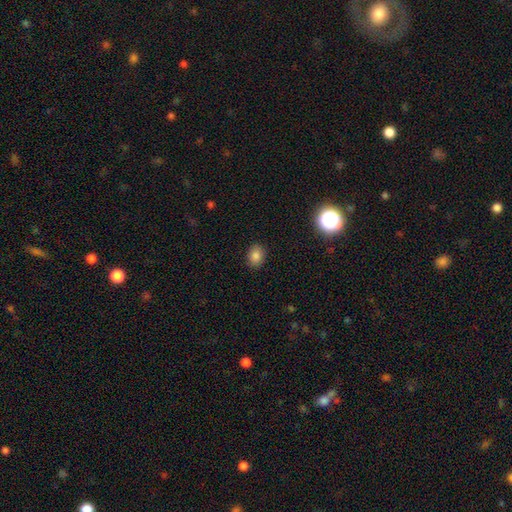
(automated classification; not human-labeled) Q: Smooth or featured?
A: smooth (83%); runner-up: star or artifact (12%)
Q: How rounded?
A: in between (55%); runner-up: round (44%)
Q: Merging?
A: none (88%); runner-up: minor disturbance (9%)